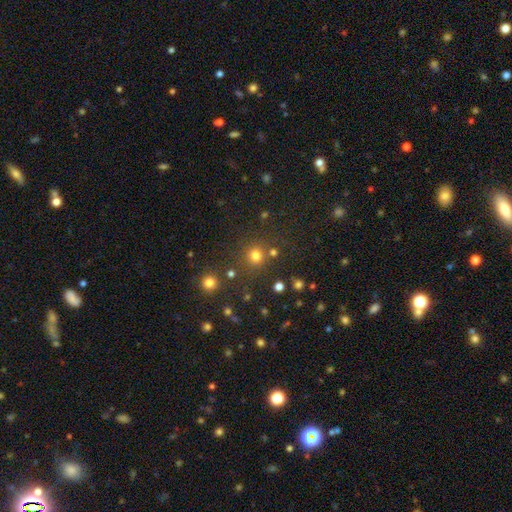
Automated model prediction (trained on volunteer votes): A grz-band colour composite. It shows a smooth galaxy with no disk features (76%) that is round (93%). Merging: none (79%).